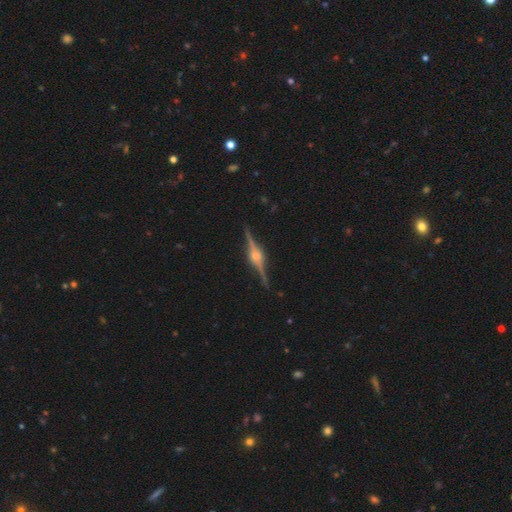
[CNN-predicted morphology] Q: Smooth or featured?
A: featured or disk (89%); runner-up: star or artifact (6%)
Q: Edge-on disk?
A: yes (98%); runner-up: no (2%)
Q: Edge-on bulge?
A: rounded (89%); runner-up: boxy (9%)
Q: Merging?
A: none (90%); runner-up: minor disturbance (7%)